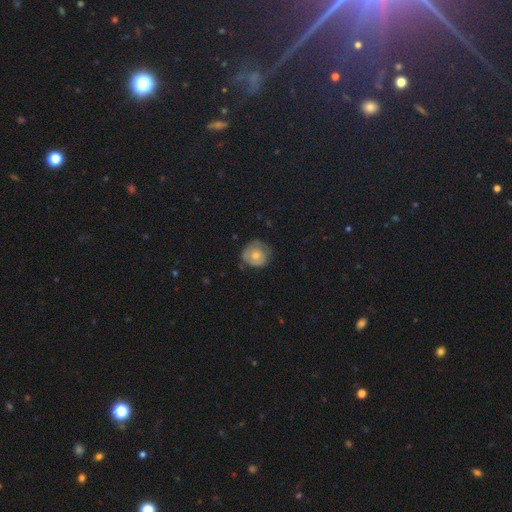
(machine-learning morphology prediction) smooth-or-featured: smooth: 60% | featured or disk: 33% | star or artifact: 8%
  how-rounded: round: 84% | in between: 15% | cigar-shaped: 1%
  merging: none: 60% | minor disturbance: 30% | major disturbance: 9% | merger: 2%